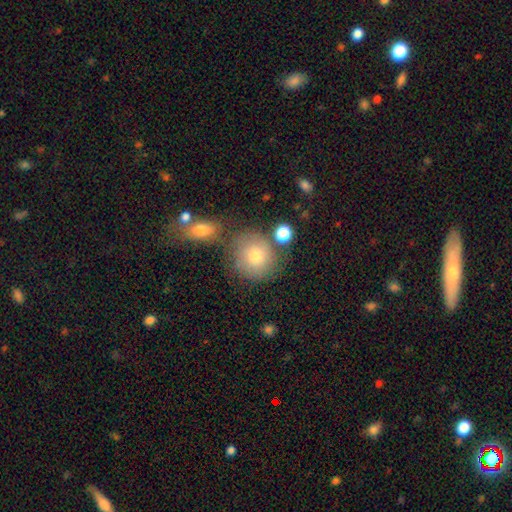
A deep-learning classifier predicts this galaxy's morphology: A smooth galaxy with no disk features (73%) that is round (86%).

Vote fractions:
- Smooth or featured? smooth: 73% / featured or disk: 16% / star or artifact: 11%
- How rounded? round: 86% / in between: 13% / cigar-shaped: 1%
- Merging? none: 68% / minor disturbance: 14% / merger: 13% / major disturbance: 5%